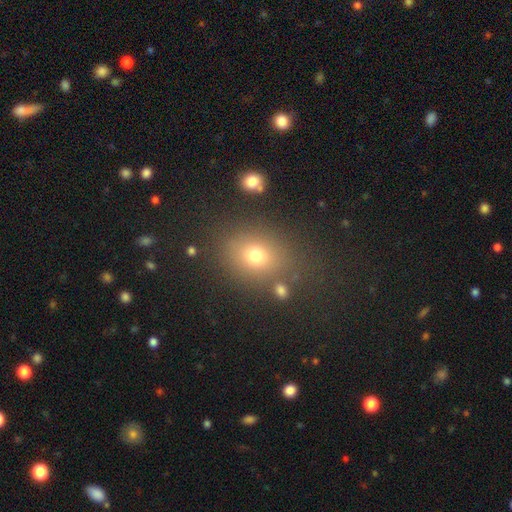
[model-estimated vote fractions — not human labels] This is likely a smooth galaxy (71%). How rounded: possibly round (53%). Merging: likely none (78%).